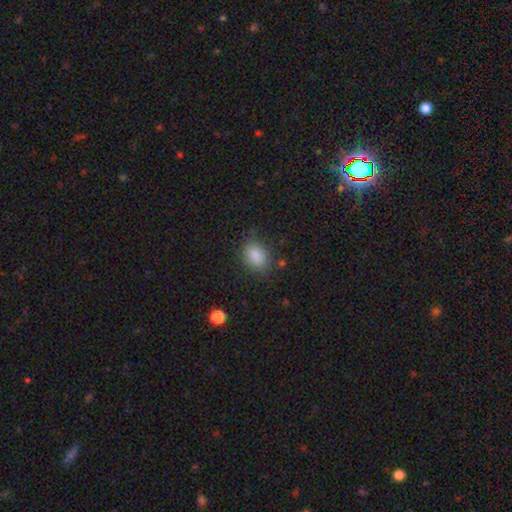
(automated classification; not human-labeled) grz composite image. It shows a smooth galaxy with no disk features (86%) that is in between round and cigar-shaped (66%). Merging: none (77%).